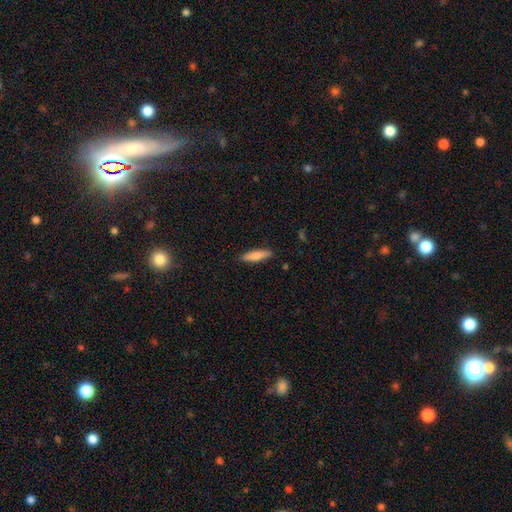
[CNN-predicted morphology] This appears to be a smooth galaxy with no disk features (80%) that is cigar-shaped (74%). Merging: none (89%).